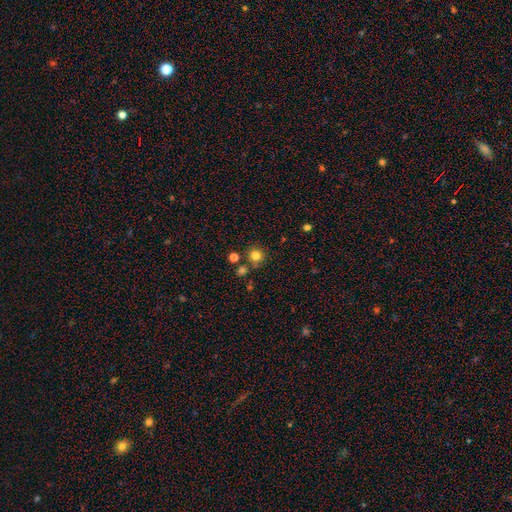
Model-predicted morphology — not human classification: smooth 80%, star or artifact 14%, featured or disk 6%. Down the decision tree: how rounded — round (92%); merging — none (80%).